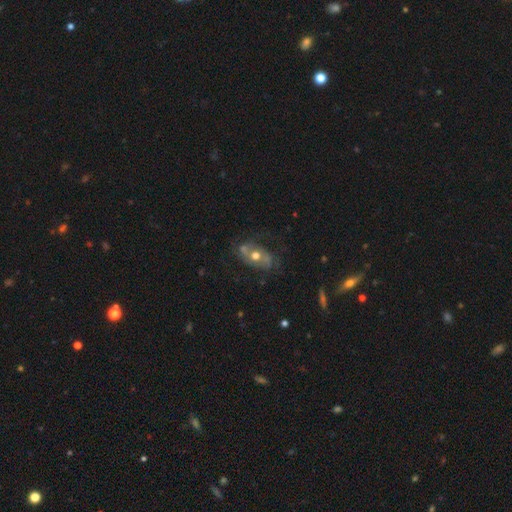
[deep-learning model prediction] featured or disk 59%, smooth 32%, star or artifact 9%. Down the decision tree: edge-on disk — no (91%); bar — no (74%); spiral arms — yes (56%); bulge size — moderate (76%); merging — none (55%).